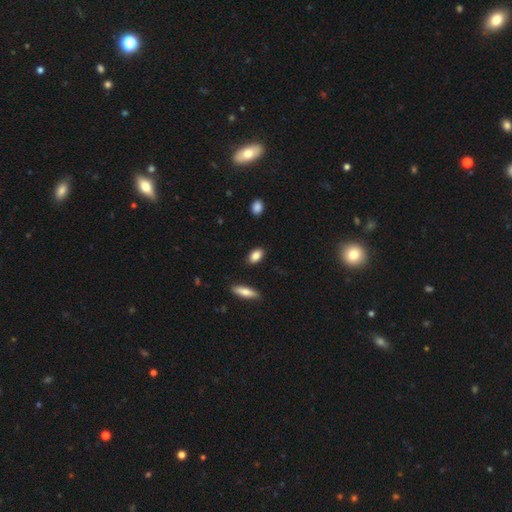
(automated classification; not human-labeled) Smooth or featured? Predicted: smooth (p=0.86). How rounded? Predicted: in between (p=0.85). Merging? Predicted: none (p=0.88).